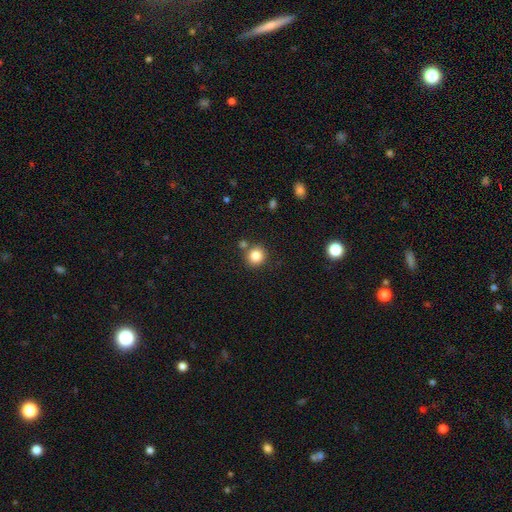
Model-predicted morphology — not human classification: This is clearly a smooth galaxy (83%). How rounded: clearly round (90%). Merging: likely none (78%).